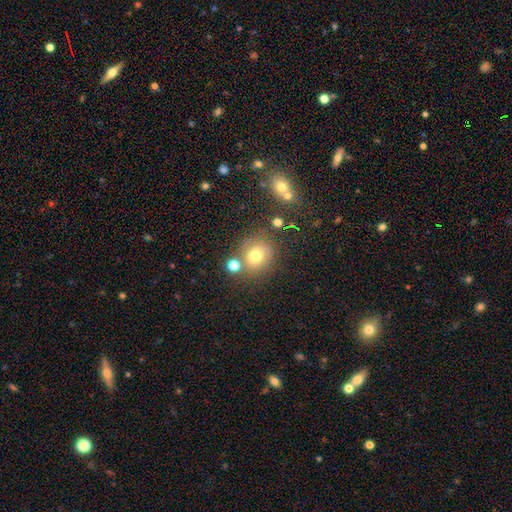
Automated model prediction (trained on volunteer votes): A smooth galaxy with no disk features (72%) that is round (81%). Merging: none (67%).